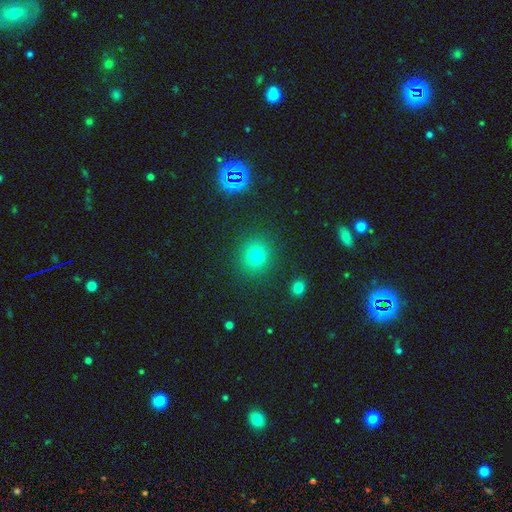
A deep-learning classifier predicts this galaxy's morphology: Smooth or featured?
  - smooth: 75% *
  - star or artifact: 18%
  - featured or disk: 7%
How rounded?
  - round: 87% *
  - in between: 12%
  - cigar-shaped: 1%
Merging?
  - none: 85% *
  - minor disturbance: 8%
  - merger: 4%
  - major disturbance: 3%